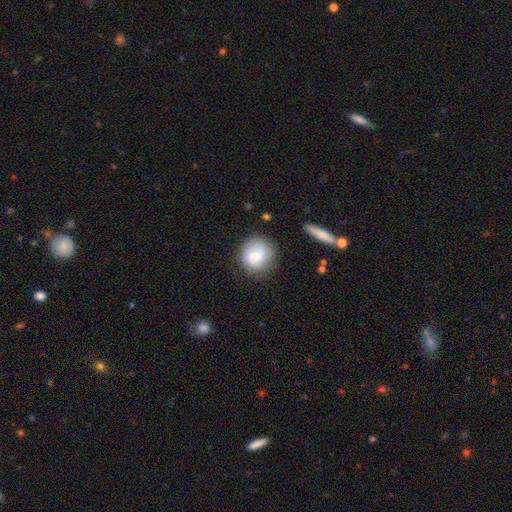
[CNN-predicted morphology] smooth 65%, featured or disk 28%, star or artifact 7%. Down the decision tree: how rounded — round (89%); merging — none (78%).